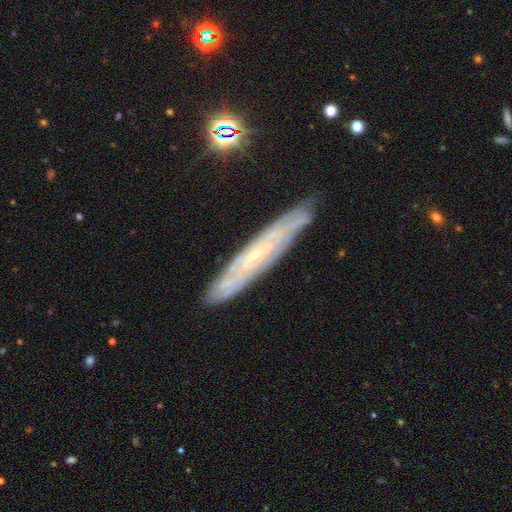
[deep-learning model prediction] Q: Smooth or featured?
A: featured or disk (69%); runner-up: smooth (24%)
Q: Edge-on disk?
A: yes (60%); runner-up: no (40%)
Q: Merging?
A: none (85%); runner-up: minor disturbance (12%)